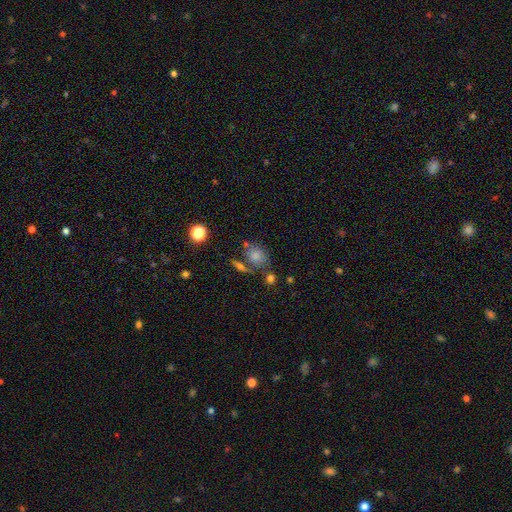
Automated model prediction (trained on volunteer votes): smooth 76%, star or artifact 13%, featured or disk 12%. Down the decision tree: how rounded — in between (55%); merging — none (56%).